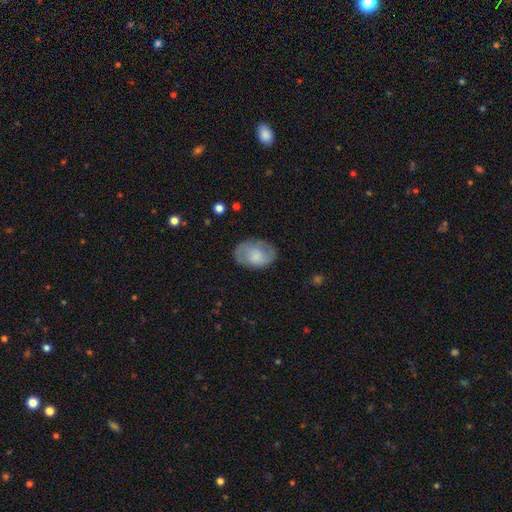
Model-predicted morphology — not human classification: A smooth galaxy with no disk features (60%) that is in between round and cigar-shaped (86%).

Vote fractions:
- Smooth or featured? smooth: 60% / featured or disk: 33% / star or artifact: 7%
- How rounded? in between: 86% / round: 13% / cigar-shaped: 1%
- Merging? none: 75% / minor disturbance: 18% / major disturbance: 6% / merger: 1%